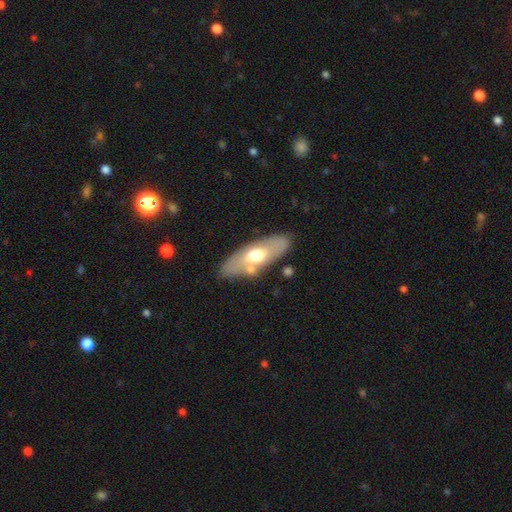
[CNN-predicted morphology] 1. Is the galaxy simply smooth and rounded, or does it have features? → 53% smooth, 42% featured or disk, 6% star or artifact.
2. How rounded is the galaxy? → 74% in between, 23% cigar-shaped, 3% round.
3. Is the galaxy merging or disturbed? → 75% none, 13% minor disturbance, 8% merger, 4% major disturbance.